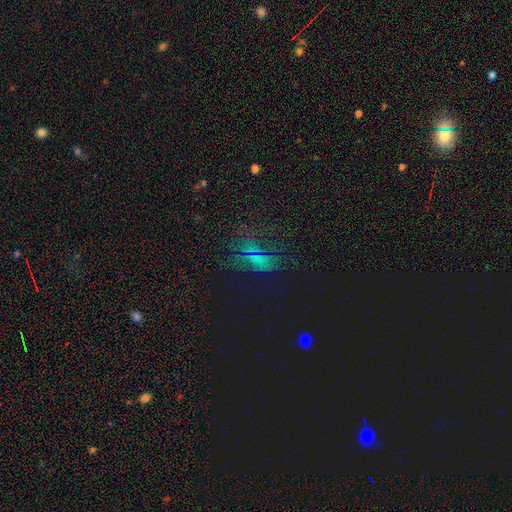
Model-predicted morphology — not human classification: This appears to be a star or artifact, not a galaxy (42%).